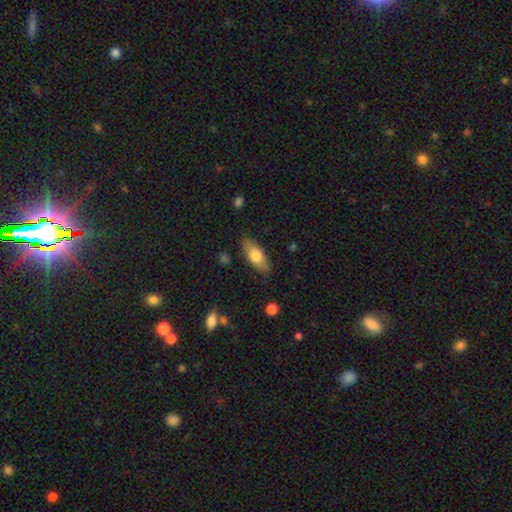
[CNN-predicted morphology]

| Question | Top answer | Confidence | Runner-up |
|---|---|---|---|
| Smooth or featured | smooth | 69% | featured or disk (25%) |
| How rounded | in between | 77% | cigar-shaped (19%) |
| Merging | none | 83% | minor disturbance (13%) |